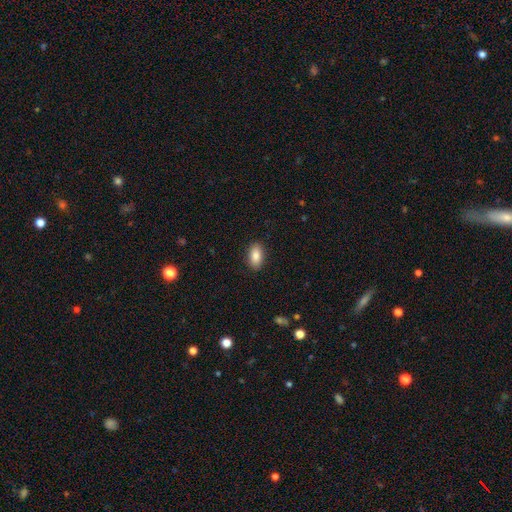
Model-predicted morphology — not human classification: This is clearly a smooth galaxy (87%). How rounded: clearly in between (92%). Merging: clearly none (89%).